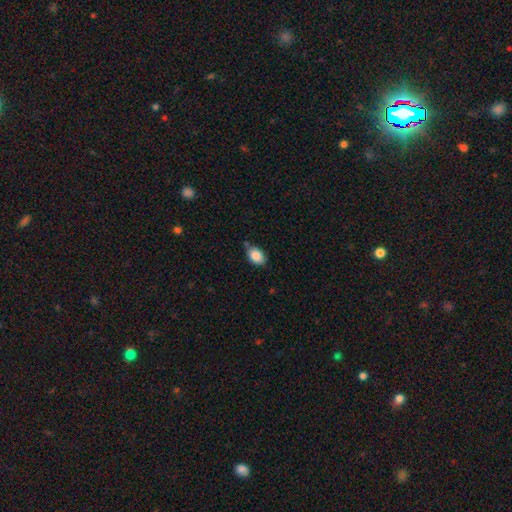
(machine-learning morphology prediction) type=smooth (87%); roundness=in between (84%); merging=none (73%).